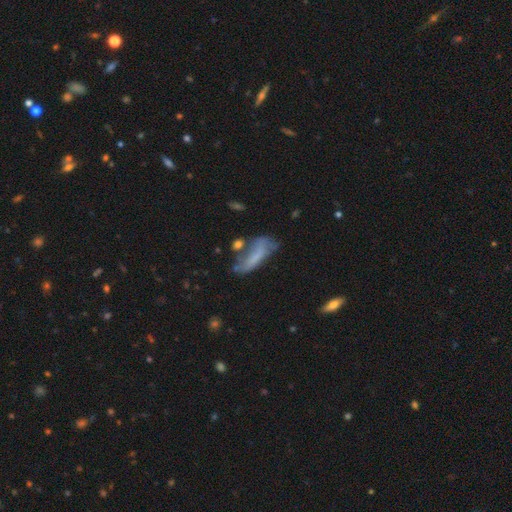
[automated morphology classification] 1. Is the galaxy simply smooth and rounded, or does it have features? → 55% smooth, 34% featured or disk, 11% star or artifact.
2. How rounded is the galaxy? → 51% in between, 46% cigar-shaped, 3% round.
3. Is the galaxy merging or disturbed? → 37% none, 28% minor disturbance, 22% major disturbance, 12% merger.